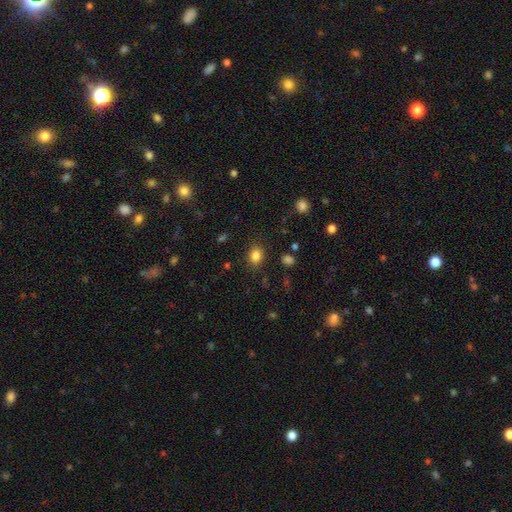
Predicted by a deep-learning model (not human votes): Smooth or featured: smooth — 83% (star or artifact — 12%)
How rounded: in between — 53% (round — 46%)
Merging: none — 84% (minor disturbance — 11%)